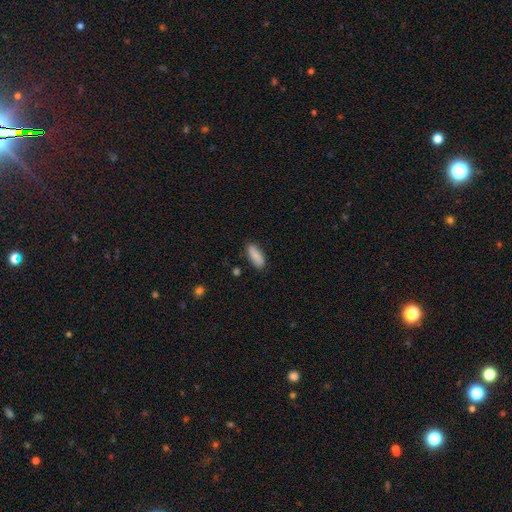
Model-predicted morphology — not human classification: smooth 85%, featured or disk 9%, star or artifact 6%. Down the decision tree: how rounded — in between (68%); merging — none (85%).